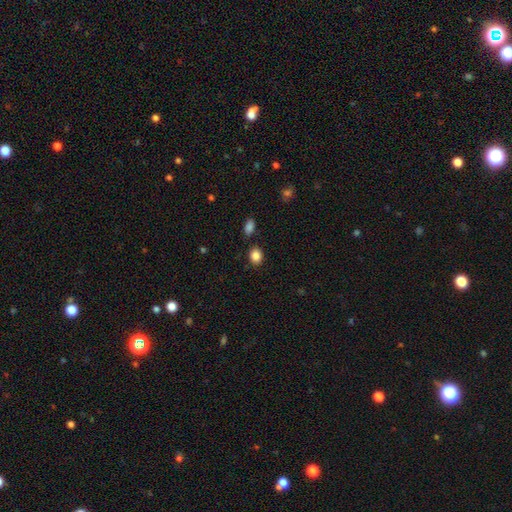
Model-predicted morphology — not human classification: smooth 86%, star or artifact 9%, featured or disk 5%. Down the decision tree: how rounded — in between (51%); merging — none (83%).